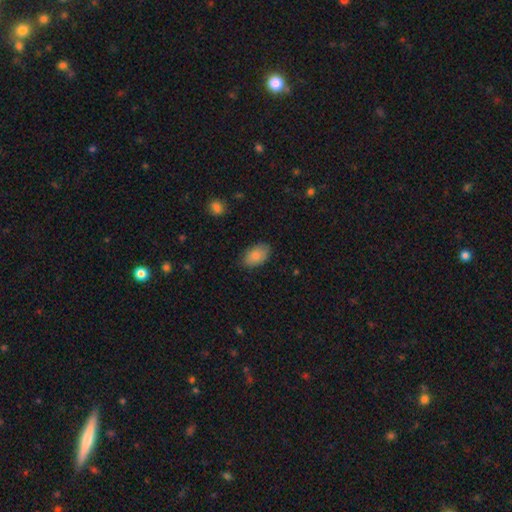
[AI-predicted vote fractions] Smooth or featured? smooth (85%)
How rounded? in between (92%)
Merging? none (82%)